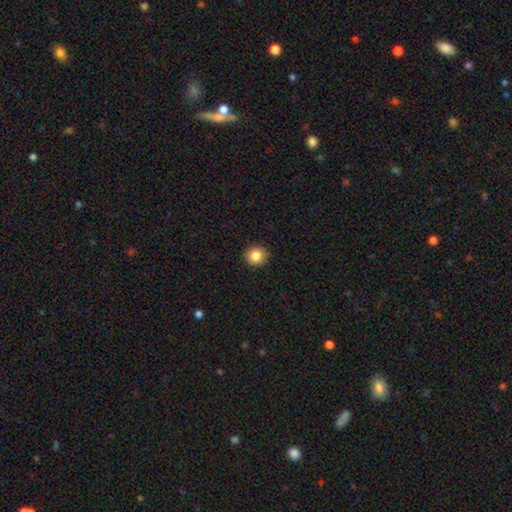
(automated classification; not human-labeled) This is clearly a smooth galaxy (85%). How rounded: clearly round (89%). Merging: clearly none (92%).